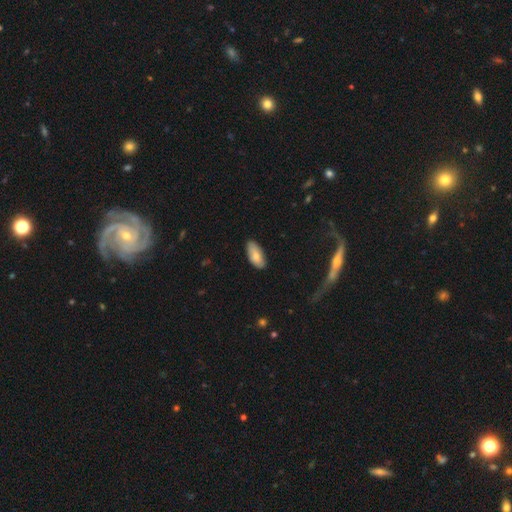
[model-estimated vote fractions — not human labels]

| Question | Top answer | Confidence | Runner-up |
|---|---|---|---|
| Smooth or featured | smooth | 78% | featured or disk (16%) |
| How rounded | in between | 90% | cigar-shaped (8%) |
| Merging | none | 79% | minor disturbance (18%) |